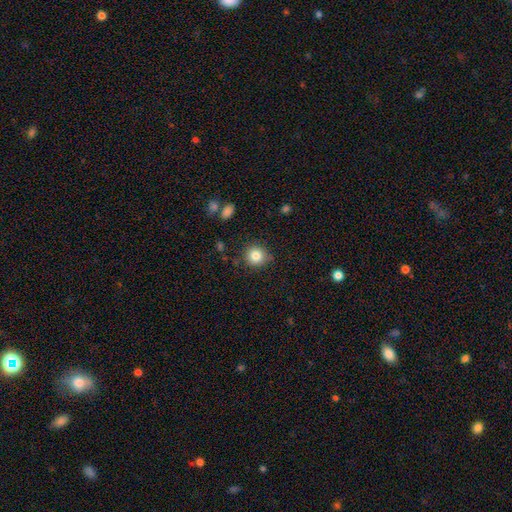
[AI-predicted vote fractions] This appears to be a smooth galaxy with no disk features (83%) that is round (91%). Merging: none (84%).